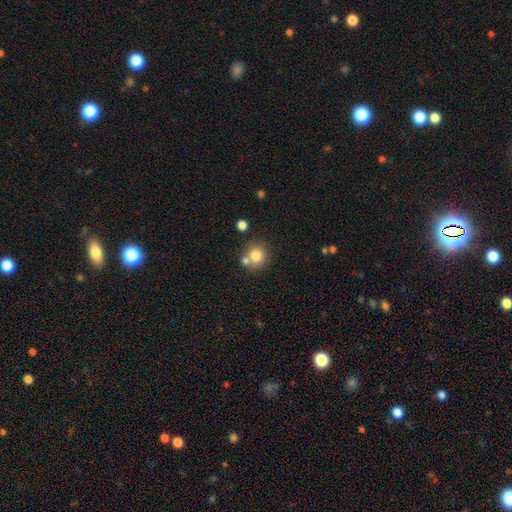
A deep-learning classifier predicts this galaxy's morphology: This appears to be a smooth galaxy with no disk features (79%) that is round (88%). Merging: none (63%).